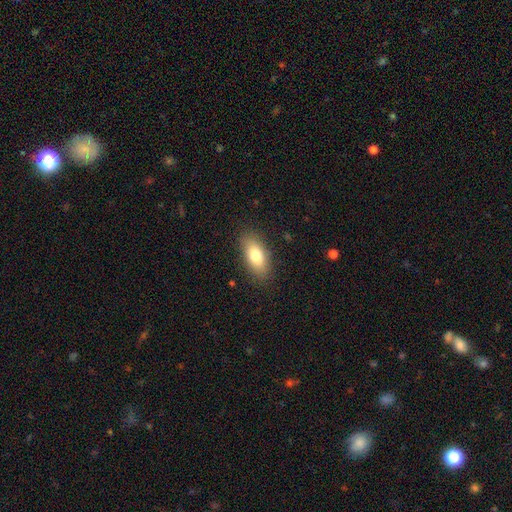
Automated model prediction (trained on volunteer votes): Smooth or featured? smooth (79%)
How rounded? in between (86%)
Merging? none (86%)